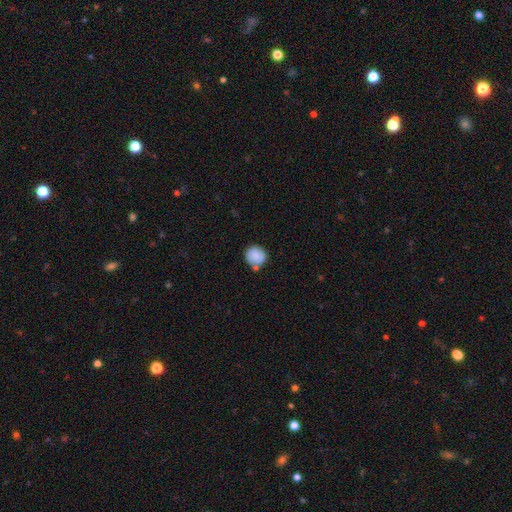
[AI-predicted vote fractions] Smooth or featured: smooth — 81% (featured or disk — 12%)
How rounded: round — 88% (in between — 11%)
Merging: none — 65% (minor disturbance — 18%)